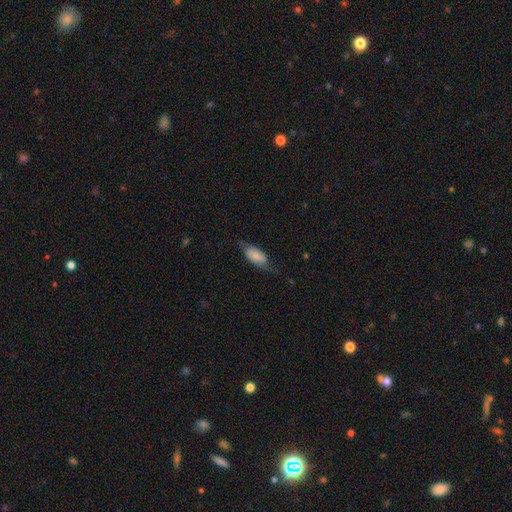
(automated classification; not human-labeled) This appears to be a smooth galaxy with no disk features (55%) that is in between round and cigar-shaped (87%). Merging: none (56%).